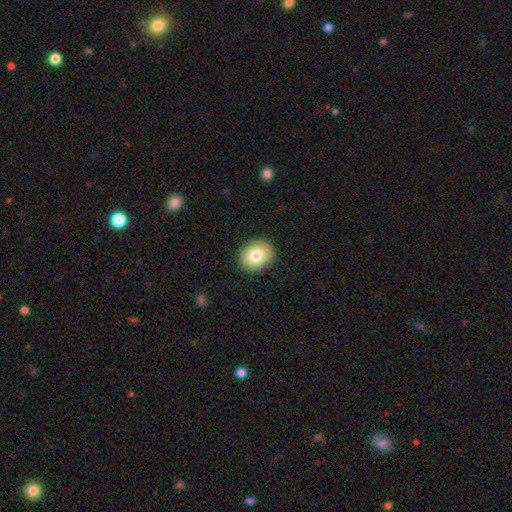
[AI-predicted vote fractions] Q: Smooth or featured?
A: smooth (79%); runner-up: featured or disk (13%)
Q: How rounded?
A: round (70%); runner-up: in between (29%)
Q: Merging?
A: none (90%); runner-up: minor disturbance (7%)